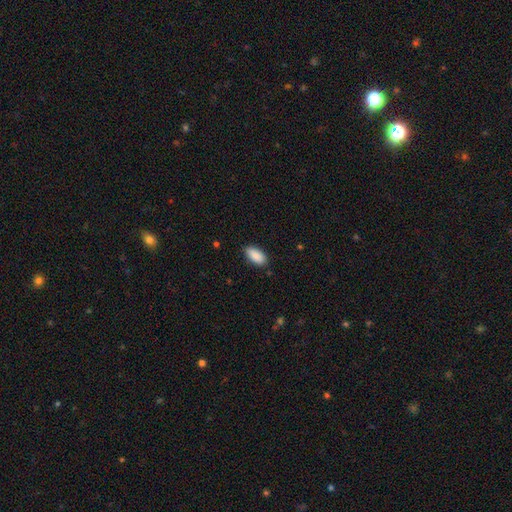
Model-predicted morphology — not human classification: The model was most divided on "merging": none: 85%, minor disturbance: 12%, major disturbance: 2%, merger: 1%. More confident: how rounded — in between (91%); smooth or featured — smooth (90%).